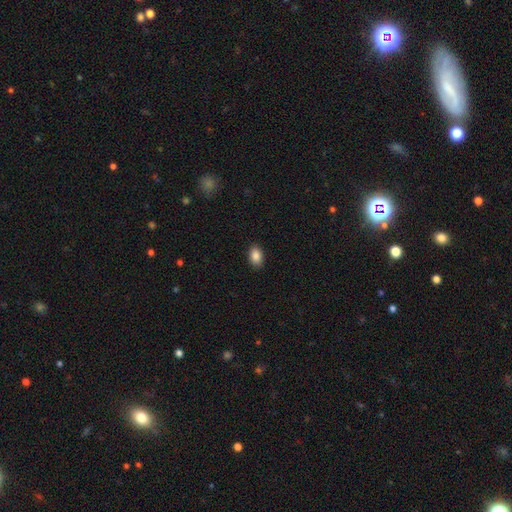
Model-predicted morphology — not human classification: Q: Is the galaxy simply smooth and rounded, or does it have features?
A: smooth — 88%.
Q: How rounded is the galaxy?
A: in between — 89%.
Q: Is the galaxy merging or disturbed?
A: none — 90%.